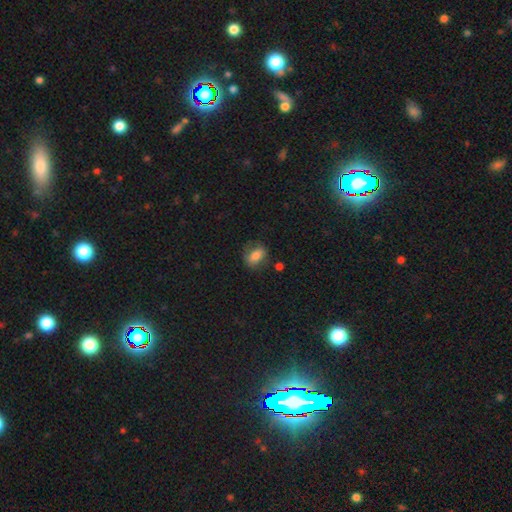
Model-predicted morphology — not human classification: type=smooth (73%); roundness=in between (73%); merging=none (68%).